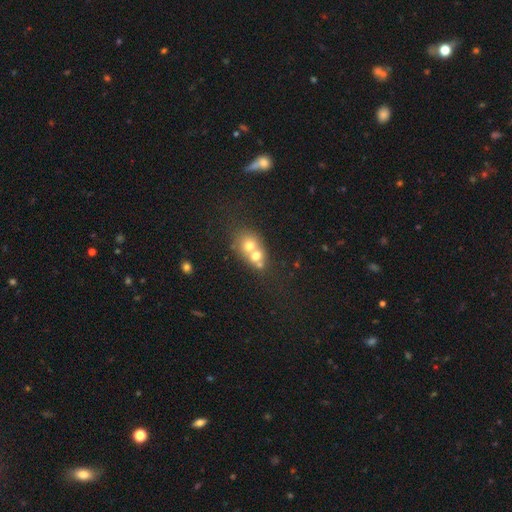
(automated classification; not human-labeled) Smooth or featured: smooth — 65% (featured or disk — 24%)
How rounded: round — 66% (in between — 33%)
Merging: merger — 70% (none — 22%)